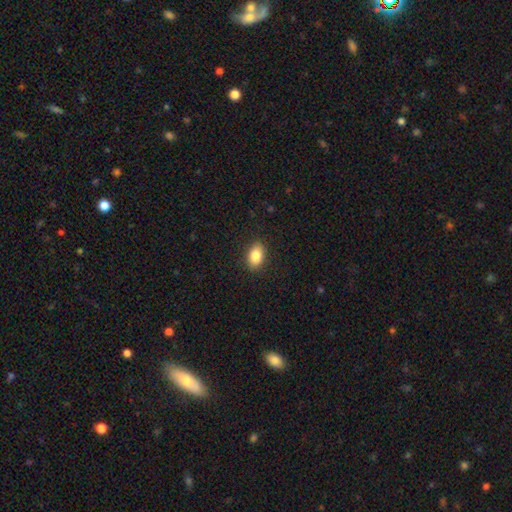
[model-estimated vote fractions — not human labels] smooth 87%, star or artifact 8%, featured or disk 6%. Down the decision tree: how rounded — in between (89%); merging — none (89%).